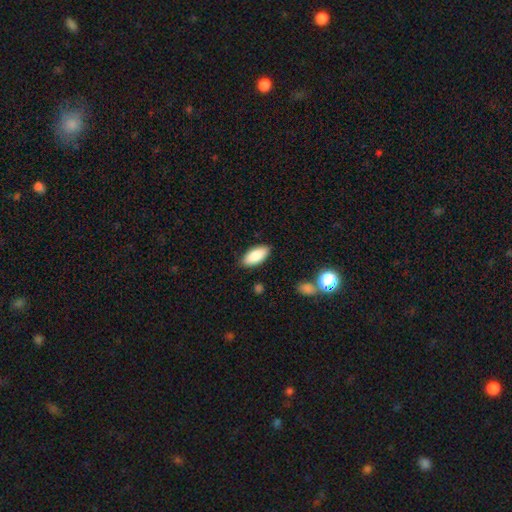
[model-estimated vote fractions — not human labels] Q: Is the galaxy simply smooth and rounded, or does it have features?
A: smooth — 87%.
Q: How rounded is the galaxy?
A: in between — 89%.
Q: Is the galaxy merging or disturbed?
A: none — 87%.